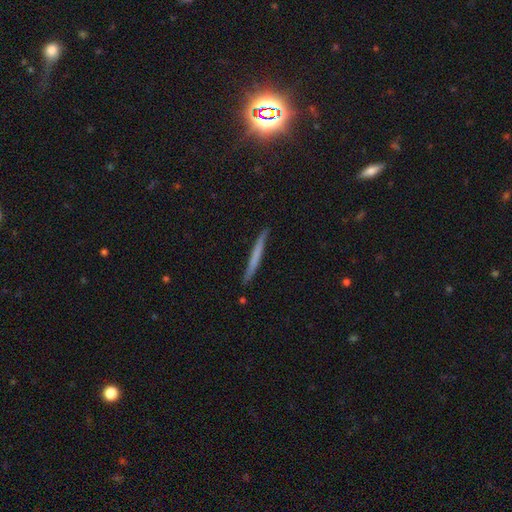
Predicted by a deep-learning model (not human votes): The model was most divided on "smooth or featured": smooth: 56%, featured or disk: 38%, star or artifact: 6%. More confident: how rounded — cigar-shaped (97%); merging — none (88%).